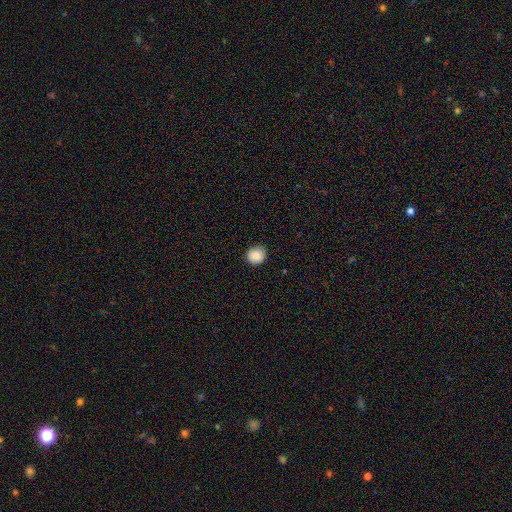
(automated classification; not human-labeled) A smooth galaxy with no disk features (89%) that is round (88%).

Vote fractions:
- Smooth or featured? smooth: 89% / star or artifact: 8% / featured or disk: 3%
- How rounded? round: 88% / in between: 11% / cigar-shaped: 1%
- Merging? none: 87% / minor disturbance: 10% / major disturbance: 2% / merger: 1%